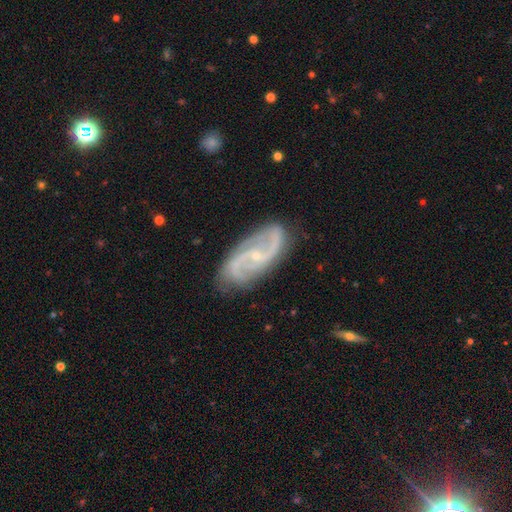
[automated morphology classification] smooth-or-featured: featured or disk: 89% | smooth: 6% | star or artifact: 5%
  disk-edge-on: no: 96% | yes: 4%
    bar: no: 54% | weak: 35% | strong: 11%
    has-spiral-arms: yes: 97% | no: 3%
      spiral-winding: medium: 50% | loose: 27% | tight: 23%
      spiral-arm-count: 2: 75% | 3: 10% | can't tell: 7% | 4: 3% | 1: 3% | more than 4: 3%
    bulge-size: small: 79% | moderate: 17% | none: 2% | large: 1% | dominant: 1%
  merging: none: 80% | minor disturbance: 15% | major disturbance: 4% | merger: 2%